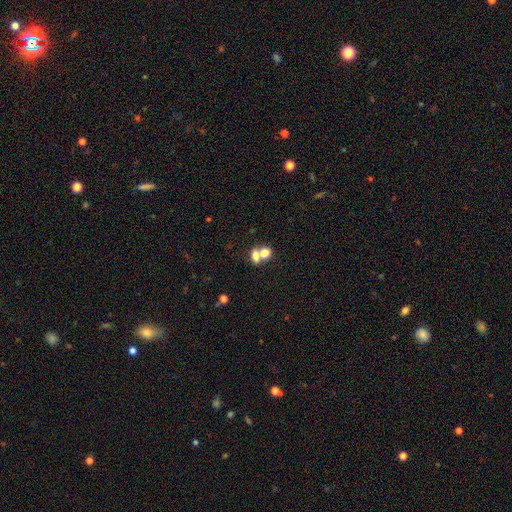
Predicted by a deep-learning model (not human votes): This appears to be a smooth galaxy with no disk features (72%) that is in between round and cigar-shaped (57%). Merging: merger (57%).